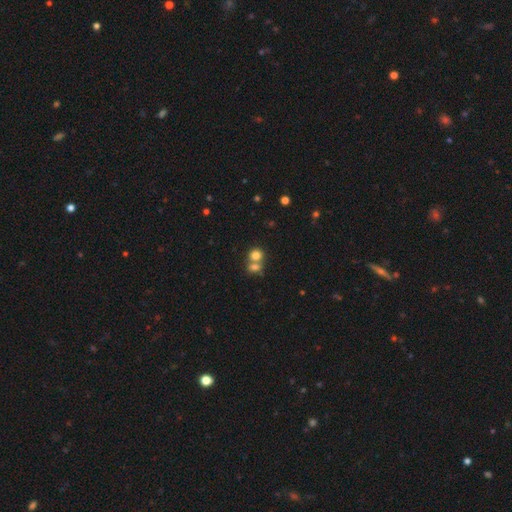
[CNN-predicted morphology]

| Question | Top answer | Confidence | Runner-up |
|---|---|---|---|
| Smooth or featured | smooth | 78% | star or artifact (11%) |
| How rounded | round | 77% | in between (22%) |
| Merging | merger | 53% | none (38%) |